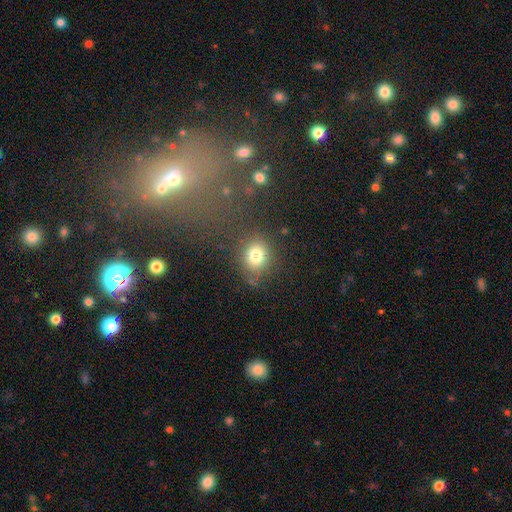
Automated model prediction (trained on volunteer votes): Smooth or featured? smooth (78%)
How rounded? round (64%)
Merging? none (74%)